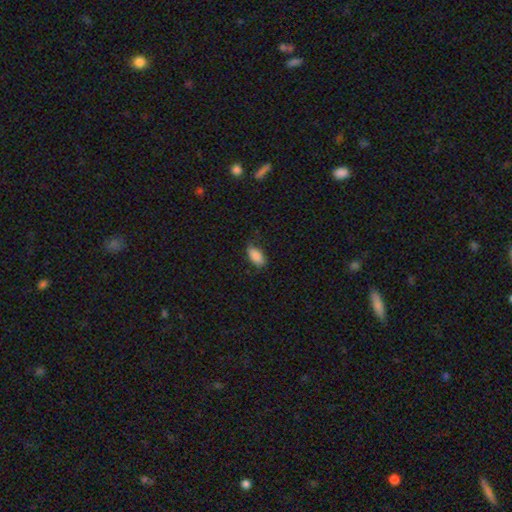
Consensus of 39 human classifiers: smooth-or-featured: smooth: 77% | featured or disk: 15% | star or artifact: 8%
  how-rounded: in between: 97% | cigar-shaped: 3% | round: 0%
  merging: none: 72% | minor disturbance: 25% | major disturbance: 3% | merger: 0%